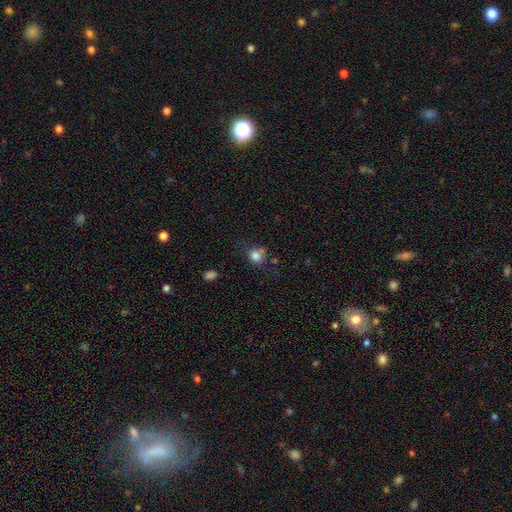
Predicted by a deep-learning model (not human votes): smooth-or-featured: smooth: 80% | star or artifact: 12% | featured or disk: 8%
  how-rounded: round: 69% | in between: 30% | cigar-shaped: 1%
  merging: none: 54% | minor disturbance: 24% | merger: 12% | major disturbance: 10%